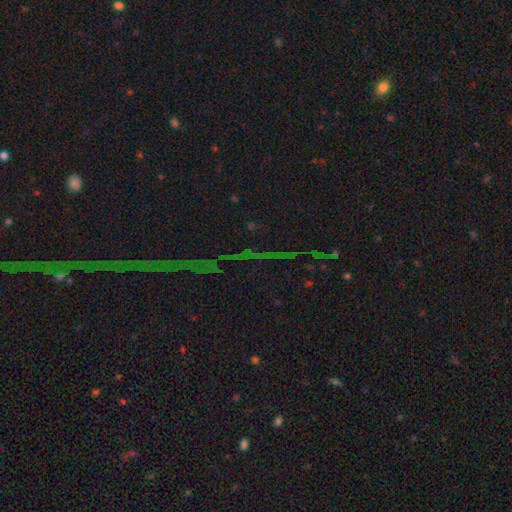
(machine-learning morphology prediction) Smooth or featured? Predicted: star or artifact (p=0.85).